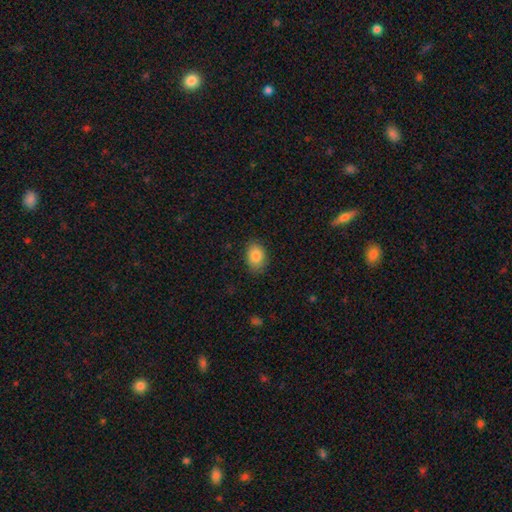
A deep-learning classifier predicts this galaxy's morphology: Q: Smooth or featured?
A: smooth (86%); runner-up: star or artifact (8%)
Q: How rounded?
A: in between (78%); runner-up: round (21%)
Q: Merging?
A: none (84%); runner-up: minor disturbance (12%)